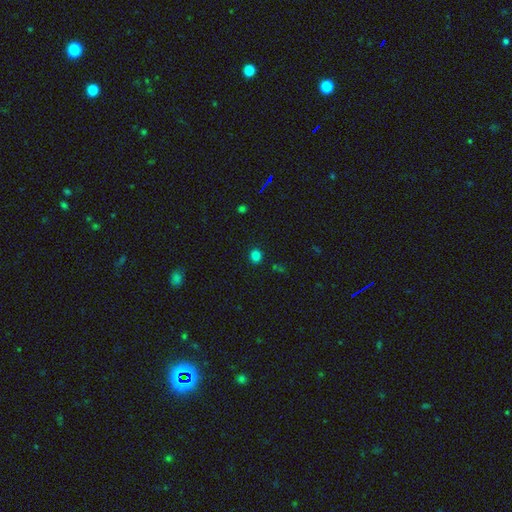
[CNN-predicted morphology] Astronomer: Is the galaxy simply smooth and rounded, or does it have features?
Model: smooth — 80%.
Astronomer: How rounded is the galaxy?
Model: round — 82%.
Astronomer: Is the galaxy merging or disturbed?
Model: none — 89%.